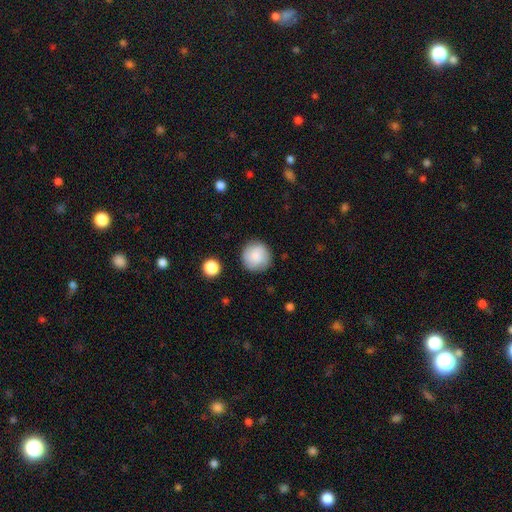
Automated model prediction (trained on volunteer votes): smooth 81%, featured or disk 12%, star or artifact 7%. Down the decision tree: how rounded — round (95%); merging — none (87%).